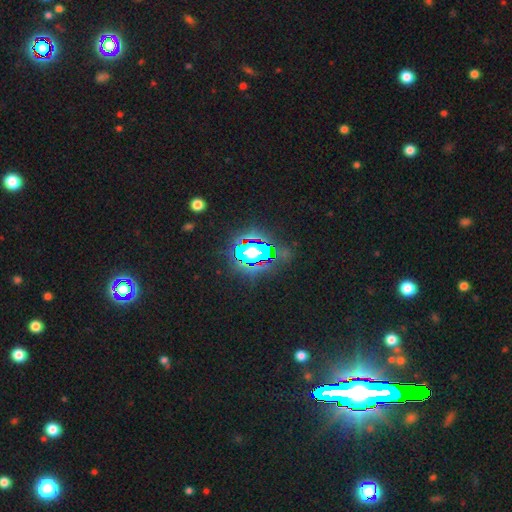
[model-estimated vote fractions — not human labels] Q: Smooth or featured?
A: star or artifact (84%); runner-up: smooth (9%)